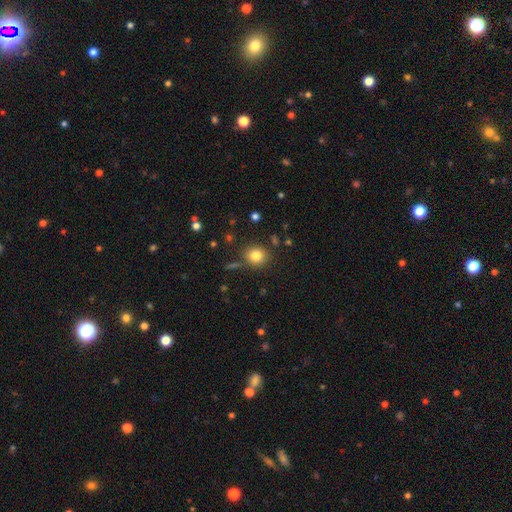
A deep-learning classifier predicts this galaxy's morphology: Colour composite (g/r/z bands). It shows a smooth galaxy with no disk features (81%) that is round (81%). Merging: none (83%).